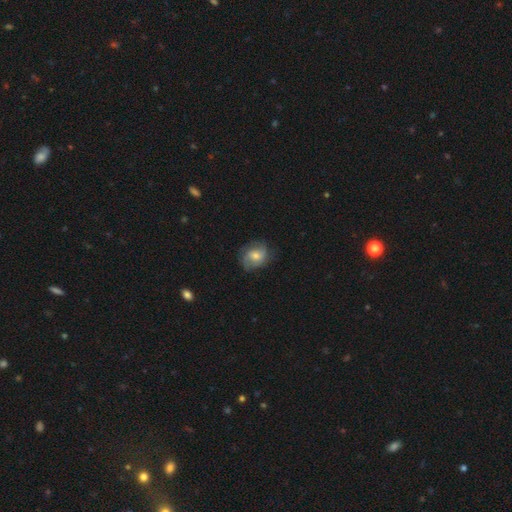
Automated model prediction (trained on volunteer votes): A featured or disk galaxy (49%).

Vote fractions:
- Smooth or featured? featured or disk: 49% / smooth: 43% / star or artifact: 8%
- Merging? none: 69% / minor disturbance: 22% / major disturbance: 8% / merger: 1%